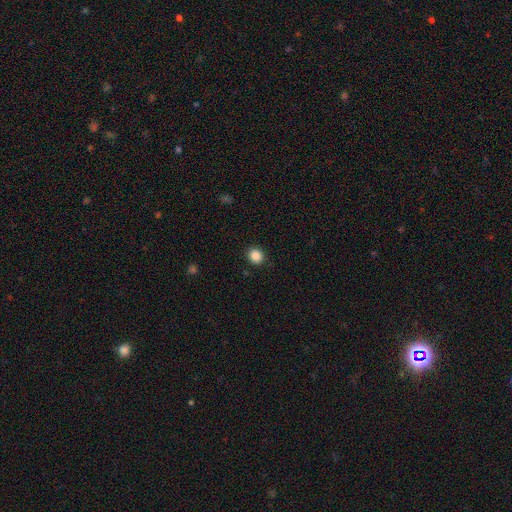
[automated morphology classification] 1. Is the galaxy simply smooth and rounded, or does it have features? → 86% smooth, 10% star or artifact, 3% featured or disk.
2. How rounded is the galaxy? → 82% round, 17% in between, 1% cigar-shaped.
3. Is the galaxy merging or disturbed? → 91% none, 6% minor disturbance, 2% major disturbance, 1% merger.